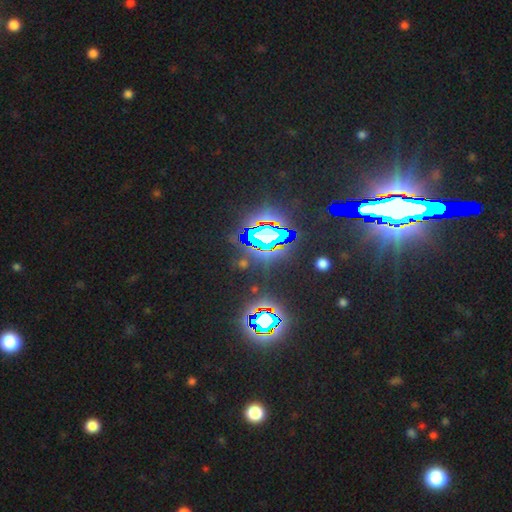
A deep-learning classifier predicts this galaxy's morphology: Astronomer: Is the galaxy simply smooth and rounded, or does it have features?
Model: star or artifact — 85%.